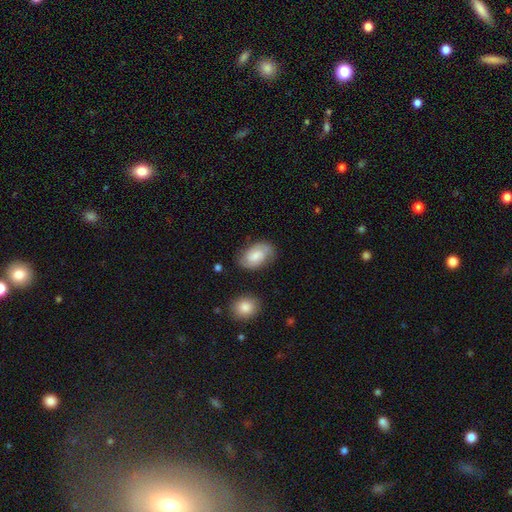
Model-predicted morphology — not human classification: This appears to be a smooth galaxy with no disk features (54%) that is in between round and cigar-shaped (91%). Merging: none (72%).